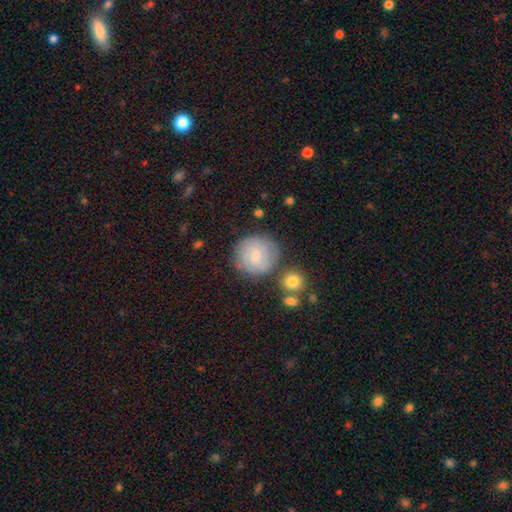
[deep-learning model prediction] smooth_or_featured: smooth (p=0.52) [alt: featured or disk p=0.40]
how_rounded: round (p=0.92) [alt: in between p=0.07]
merging: none (p=0.75) [alt: minor disturbance p=0.14]